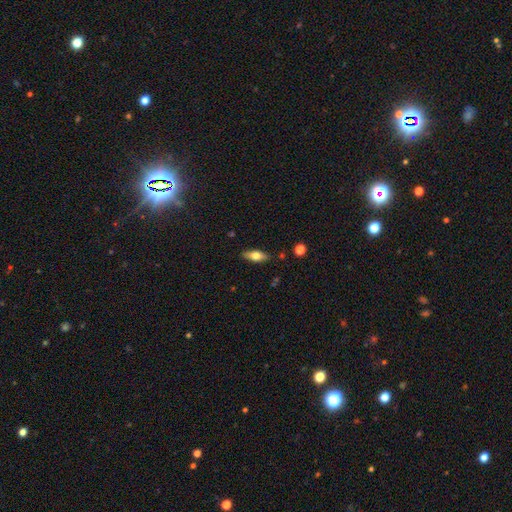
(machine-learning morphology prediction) smooth 64%, featured or disk 29%, star or artifact 7%. Down the decision tree: how rounded — in between (70%); merging — none (86%).